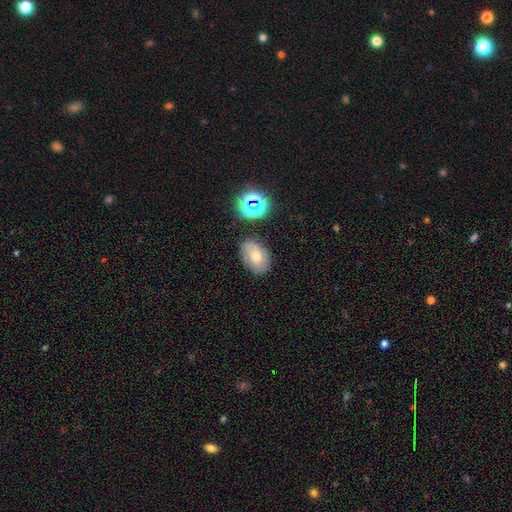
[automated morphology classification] smooth_or_featured: smooth (p=0.51) [alt: featured or disk p=0.35]
how_rounded: in between (p=0.80) [alt: round p=0.19]
merging: none (p=0.75) [alt: minor disturbance p=0.17]